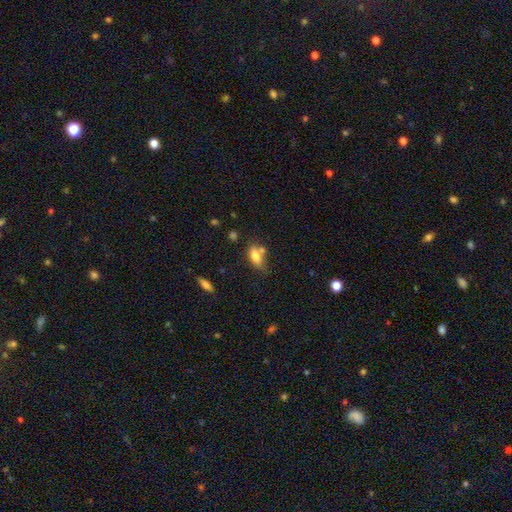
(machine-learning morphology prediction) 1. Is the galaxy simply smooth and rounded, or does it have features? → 75% smooth, 16% featured or disk, 9% star or artifact.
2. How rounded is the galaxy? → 83% in between, 12% cigar-shaped, 6% round.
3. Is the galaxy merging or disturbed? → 50% none, 22% merger, 21% minor disturbance, 7% major disturbance.